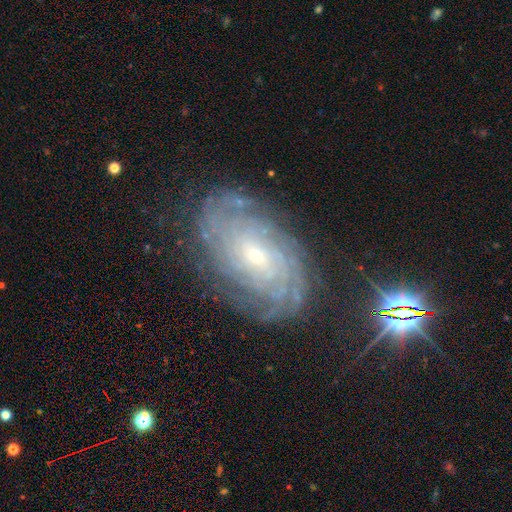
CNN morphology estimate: A featured or disk galaxy (83%) with no bar (65%), tight (81%) spiral arms (96%) and a small central bulge (78%). Merging: none (80%).